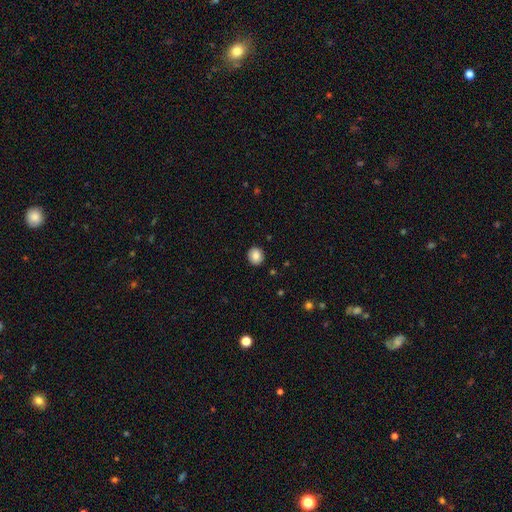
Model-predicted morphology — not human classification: smooth 85%, star or artifact 9%, featured or disk 6%. Down the decision tree: how rounded — round (82%); merging — none (90%).